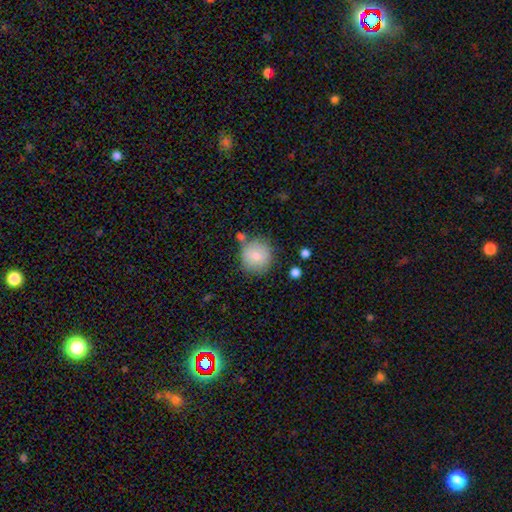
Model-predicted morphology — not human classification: Smooth or featured? smooth (79%)
How rounded? round (92%)
Merging? none (72%)